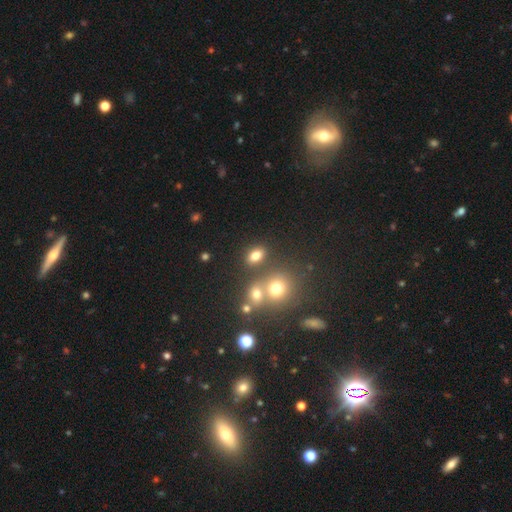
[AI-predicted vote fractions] Overall: smooth (76%). How rounded: in between (71%). Merging: none (71%).